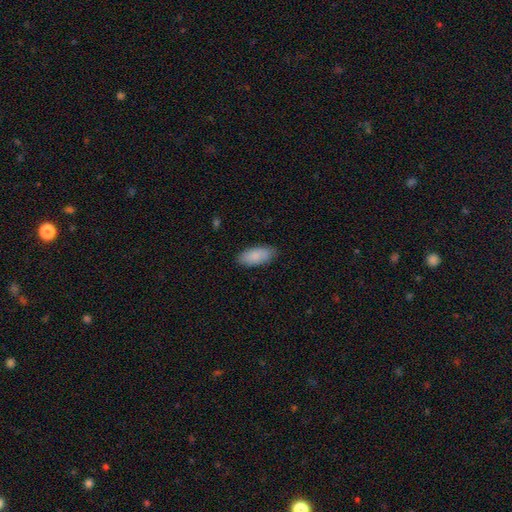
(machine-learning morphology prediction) This appears to be a smooth galaxy with no disk features (87%) that is in between round and cigar-shaped (90%). Merging: none (84%).